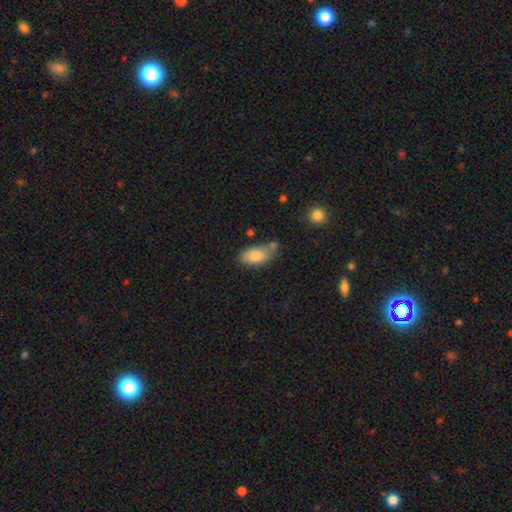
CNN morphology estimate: Smooth or featured? smooth (78%)
How rounded? in between (92%)
Merging? none (52%)